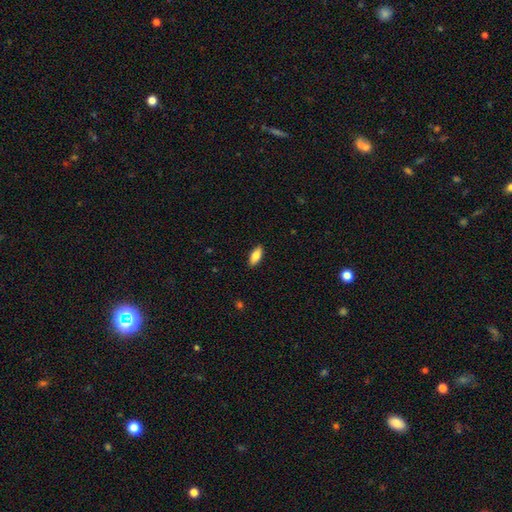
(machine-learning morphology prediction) Smooth or featured: smooth — 81% (featured or disk — 12%)
How rounded: in between — 84% (cigar-shaped — 13%)
Merging: none — 89% (minor disturbance — 8%)